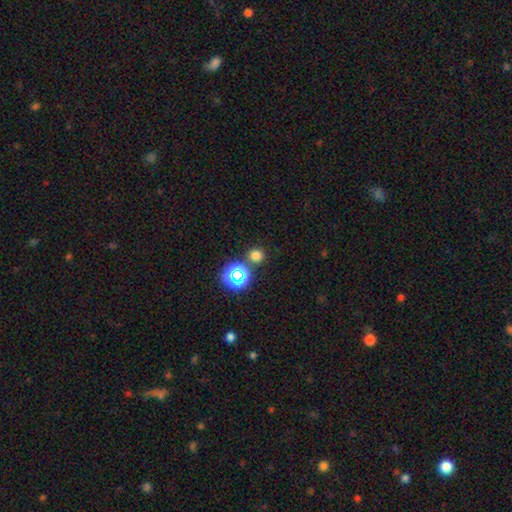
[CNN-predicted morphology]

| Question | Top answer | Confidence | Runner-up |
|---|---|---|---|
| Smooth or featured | smooth | 71% | star or artifact (24%) |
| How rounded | round | 90% | in between (9%) |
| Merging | none | 80% | merger (11%) |